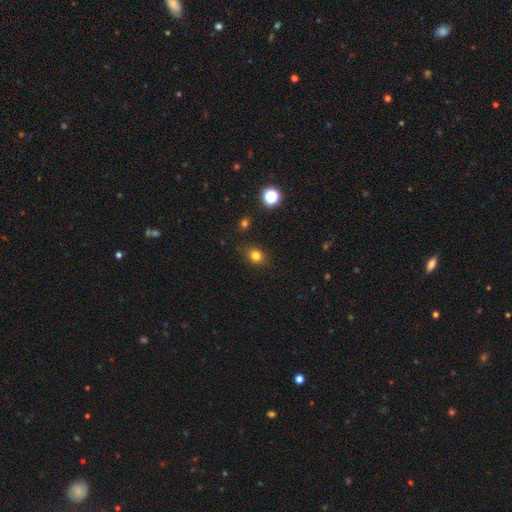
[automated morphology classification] The model was most divided on "how rounded": round: 55%, in between: 44%, cigar-shaped: 1%. More confident: merging — none (83%); smooth or featured — smooth (80%).